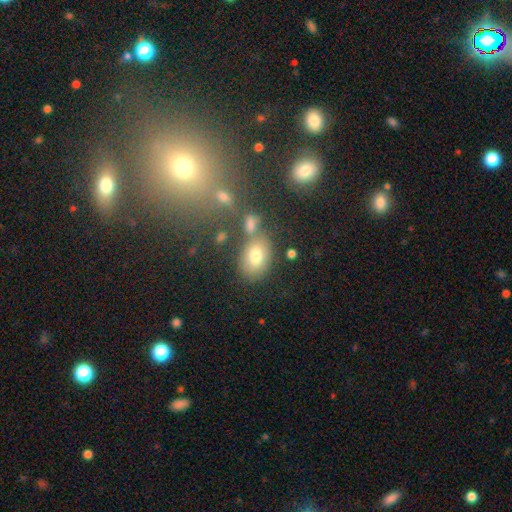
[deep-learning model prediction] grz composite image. It shows a smooth galaxy with no disk features (73%) that is in between round and cigar-shaped (81%). Merging: none (66%).